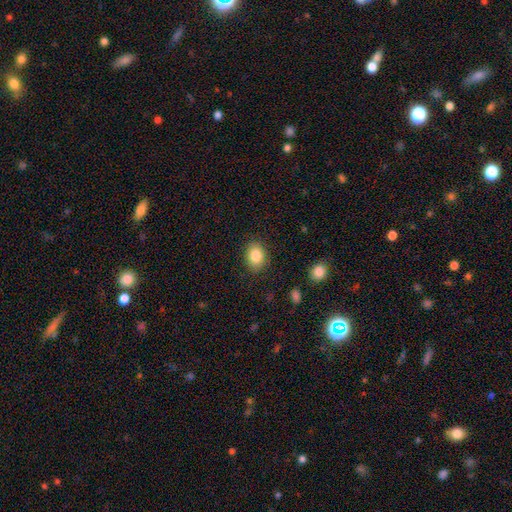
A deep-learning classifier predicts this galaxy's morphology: Smooth or featured: smooth — 85% (star or artifact — 8%)
How rounded: in between — 73% (round — 26%)
Merging: none — 86% (minor disturbance — 10%)